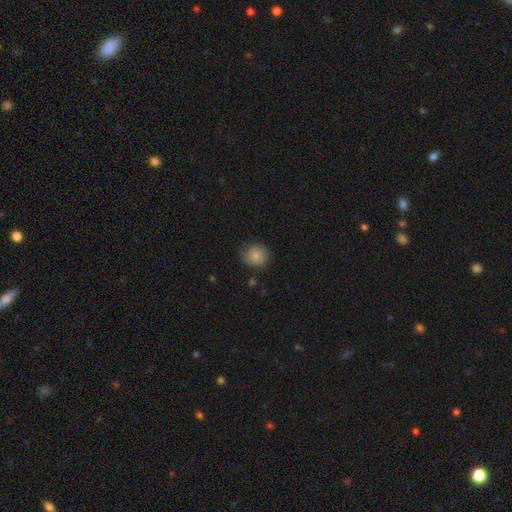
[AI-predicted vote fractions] Smooth or featured: smooth — 83% (star or artifact — 9%)
How rounded: round — 84% (in between — 15%)
Merging: none — 78% (minor disturbance — 16%)